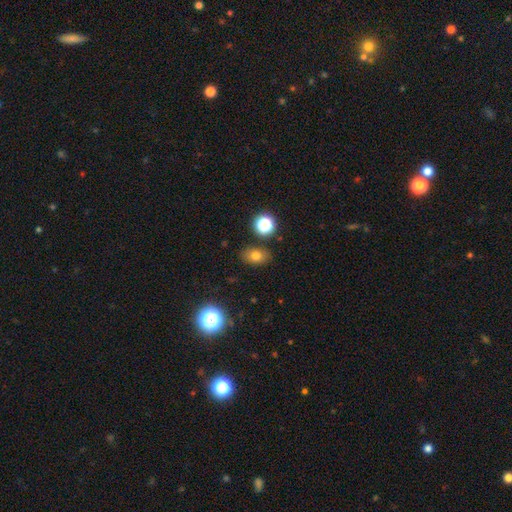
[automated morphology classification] type=smooth (74%); roundness=in between (70%); merging=none (83%).